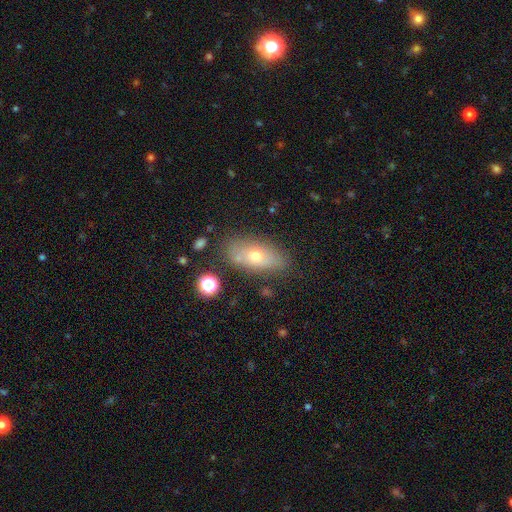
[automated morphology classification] Smooth or featured? smooth (59%)
How rounded? in between (85%)
Merging? none (73%)